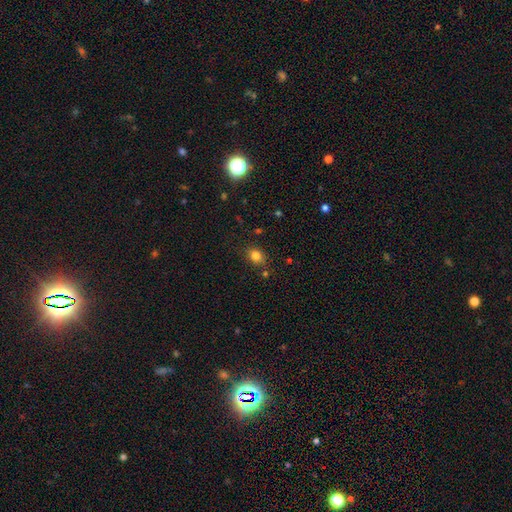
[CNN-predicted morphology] type=smooth (81%); roundness=round (51%); merging=none (81%).